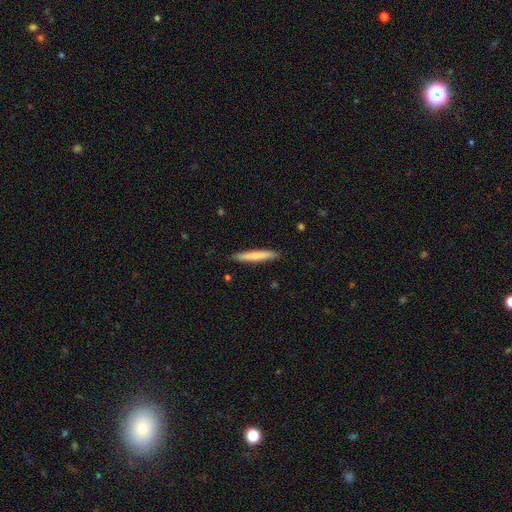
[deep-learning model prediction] This is likely a smooth galaxy (74%). How rounded: clearly cigar-shaped (95%). Merging: clearly none (90%).